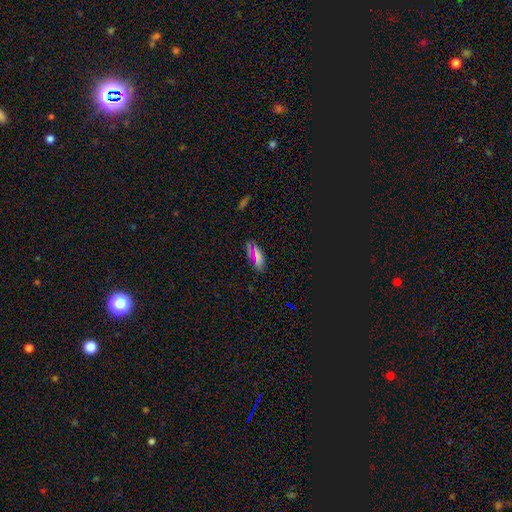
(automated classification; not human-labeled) smooth 68%, star or artifact 22%, featured or disk 10%. Down the decision tree: how rounded — in between (74%); merging — none (81%).